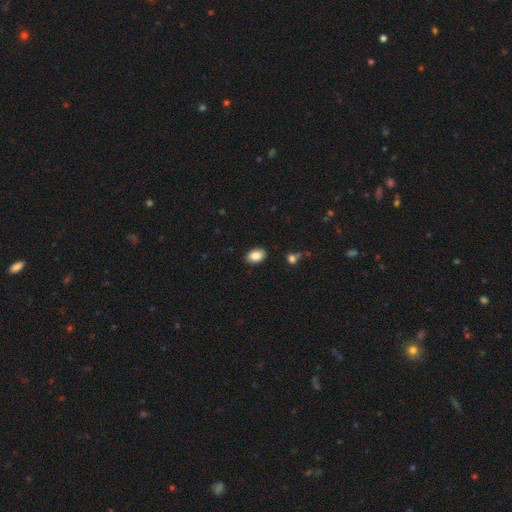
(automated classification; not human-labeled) Smooth or featured: smooth — 87% (star or artifact — 8%)
How rounded: in between — 86% (round — 12%)
Merging: none — 88% (minor disturbance — 9%)